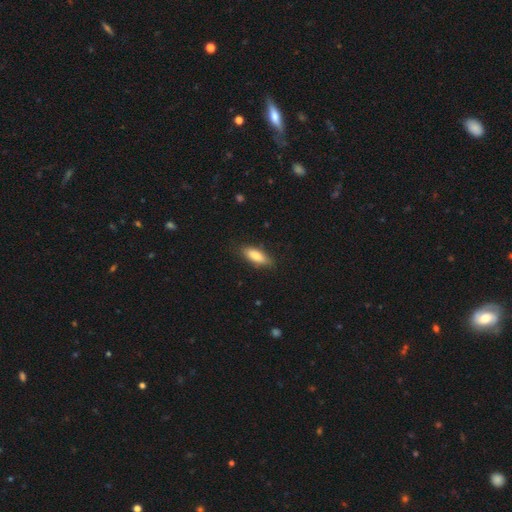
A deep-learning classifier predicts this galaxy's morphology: This is clearly a smooth galaxy (83%). How rounded: likely in between (73%). Merging: clearly none (81%).